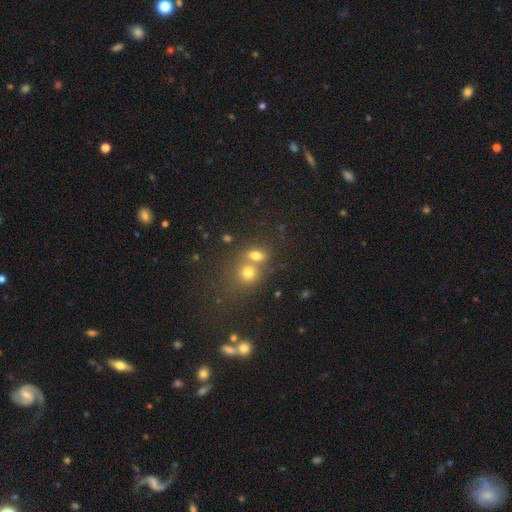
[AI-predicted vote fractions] This appears to be a smooth galaxy with no disk features (72%) that is in between round and cigar-shaped (55%). Merging: merger (54%).